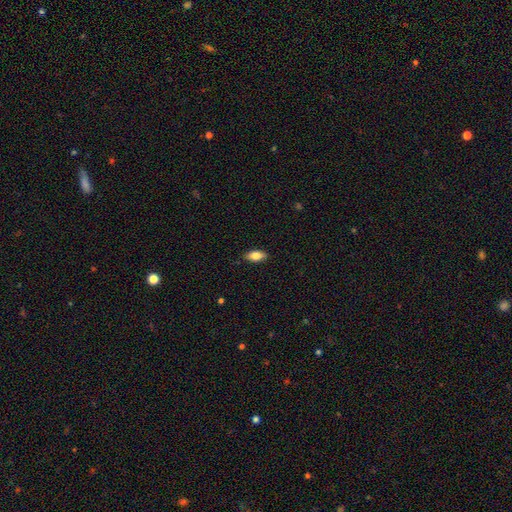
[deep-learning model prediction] smooth-or-featured: smooth: 78% | featured or disk: 15% | star or artifact: 7%
  how-rounded: in between: 87% | cigar-shaped: 10% | round: 3%
  merging: none: 86% | minor disturbance: 11% | major disturbance: 2% | merger: 1%